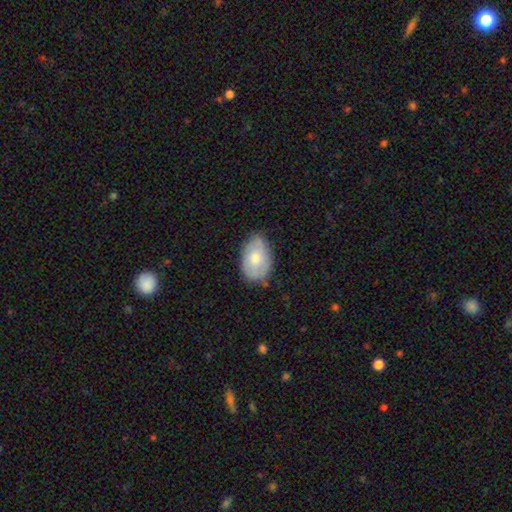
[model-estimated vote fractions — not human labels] smooth_or_featured: smooth (p=0.63) [alt: featured or disk p=0.30]
how_rounded: in between (p=0.88) [alt: round p=0.11]
merging: none (p=0.71) [alt: minor disturbance p=0.23]